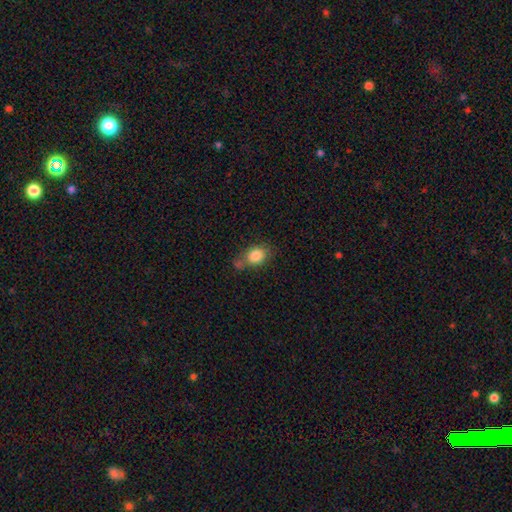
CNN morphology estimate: Smooth or featured?
  - smooth: 83% *
  - featured or disk: 9%
  - star or artifact: 8%
How rounded?
  - in between: 66% *
  - round: 32%
  - cigar-shaped: 2%
Merging?
  - none: 54% *
  - minor disturbance: 24%
  - merger: 14%
  - major disturbance: 8%